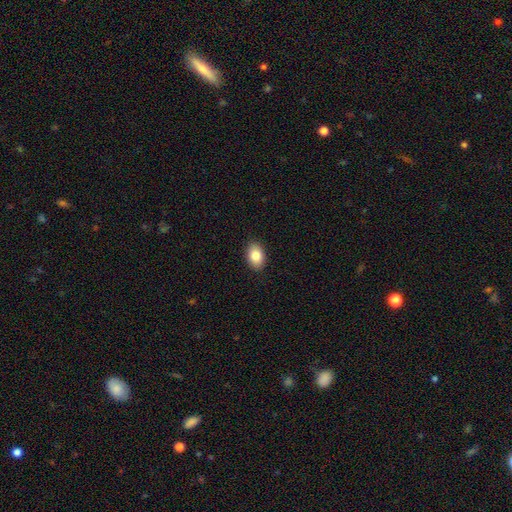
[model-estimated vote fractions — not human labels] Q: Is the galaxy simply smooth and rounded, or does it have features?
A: smooth — 84%.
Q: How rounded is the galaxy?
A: in between — 85%.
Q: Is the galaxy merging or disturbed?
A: none — 90%.